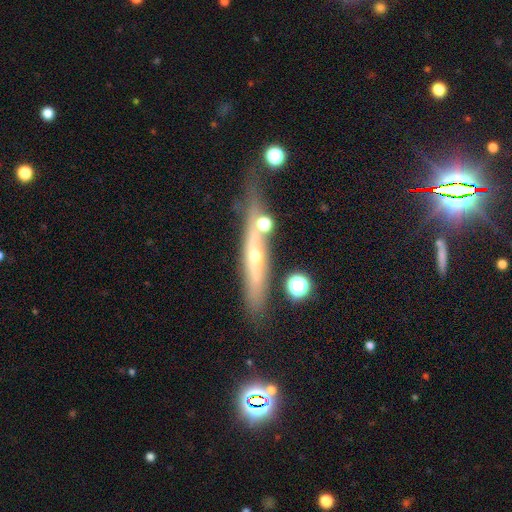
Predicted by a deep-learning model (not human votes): Smooth or featured? featured or disk (62%)
Edge-on disk? yes (84%)
Edge-on bulge? rounded (80%)
Merging? none (65%)